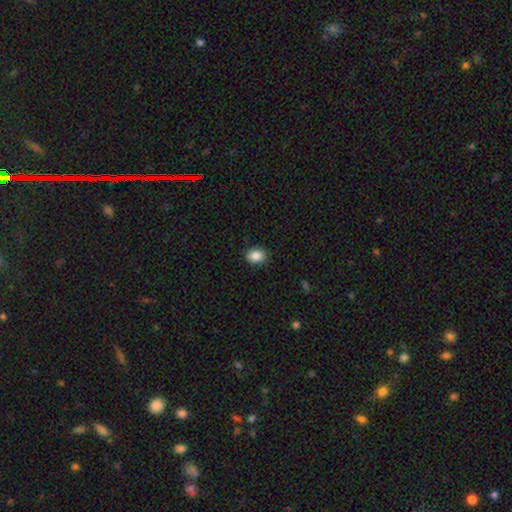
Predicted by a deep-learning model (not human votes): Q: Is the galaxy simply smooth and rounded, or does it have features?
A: smooth — 87%.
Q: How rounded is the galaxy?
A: in between — 53%.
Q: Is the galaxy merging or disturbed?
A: none — 88%.